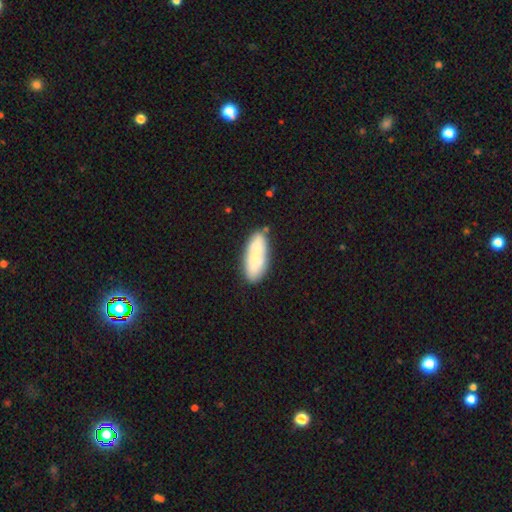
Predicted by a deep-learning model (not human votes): A smooth galaxy with no disk features (63%) that is in between round and cigar-shaped (73%).

Vote fractions:
- Smooth or featured? smooth: 63% / featured or disk: 30% / star or artifact: 7%
- How rounded? in between: 73% / cigar-shaped: 24% / round: 2%
- Merging? none: 79% / minor disturbance: 15% / major disturbance: 3% / merger: 3%